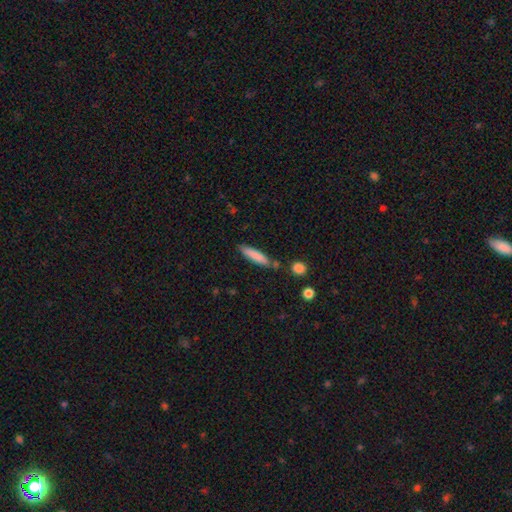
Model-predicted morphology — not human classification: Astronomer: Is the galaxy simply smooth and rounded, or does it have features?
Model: smooth — 81%.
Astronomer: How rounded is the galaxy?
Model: cigar-shaped — 84%.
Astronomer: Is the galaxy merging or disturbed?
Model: none — 76%.